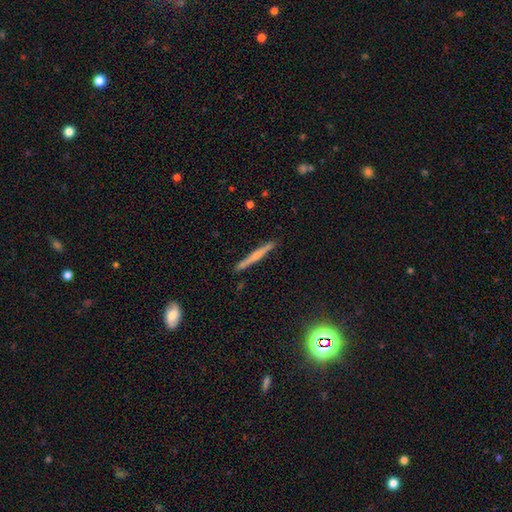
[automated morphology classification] Smooth or featured?
  - featured or disk: 53% *
  - smooth: 39%
  - star or artifact: 8%
Edge-on disk?
  - yes: 98% *
  - no: 2%
Edge-on bulge?
  - none: 45% *
  - rounded: 42%
  - boxy: 14%
Merging?
  - none: 90% *
  - minor disturbance: 7%
  - merger: 2%
  - major disturbance: 1%